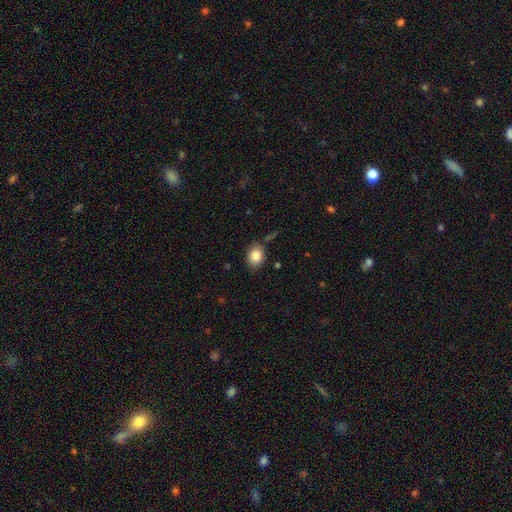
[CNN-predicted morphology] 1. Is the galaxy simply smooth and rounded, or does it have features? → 85% smooth, 9% star or artifact, 7% featured or disk.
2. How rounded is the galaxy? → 57% in between, 42% round, 1% cigar-shaped.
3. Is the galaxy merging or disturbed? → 80% none, 13% minor disturbance, 3% merger, 3% major disturbance.